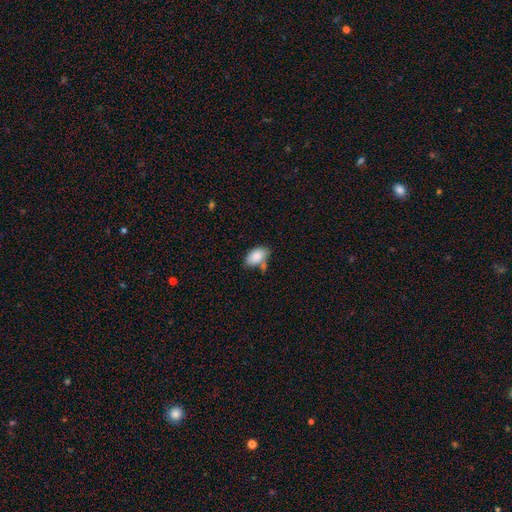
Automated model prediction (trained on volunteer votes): Smooth or featured?
  - smooth: 87% *
  - star or artifact: 7%
  - featured or disk: 6%
How rounded?
  - in between: 93% *
  - round: 5%
  - cigar-shaped: 2%
Merging?
  - none: 59% *
  - minor disturbance: 20%
  - merger: 16%
  - major disturbance: 5%